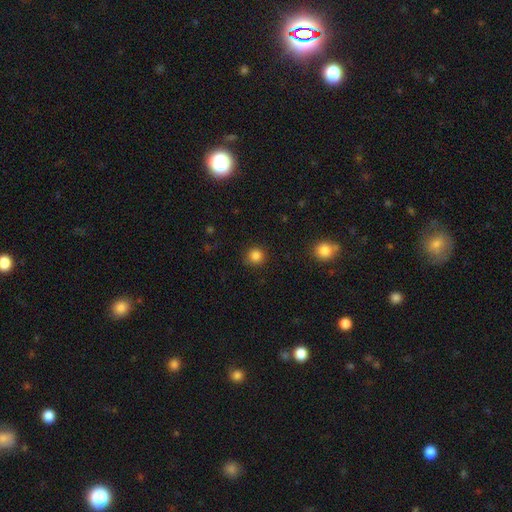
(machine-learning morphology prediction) A smooth galaxy with no disk features (84%) that is round (92%).

Vote fractions:
- Smooth or featured? smooth: 84% / star or artifact: 12% / featured or disk: 4%
- How rounded? round: 92% / in between: 7% / cigar-shaped: 1%
- Merging? none: 88% / minor disturbance: 8% / major disturbance: 2% / merger: 1%